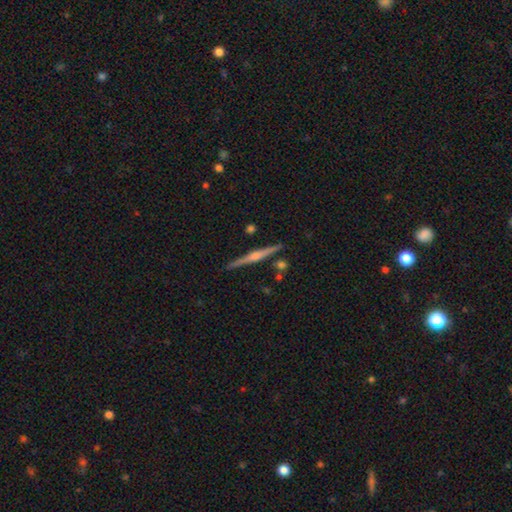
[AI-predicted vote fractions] Overall: featured or disk (77%). Edge-on disk: yes (98%). Edge-on bulge: rounded (77%). Merging: none (90%).